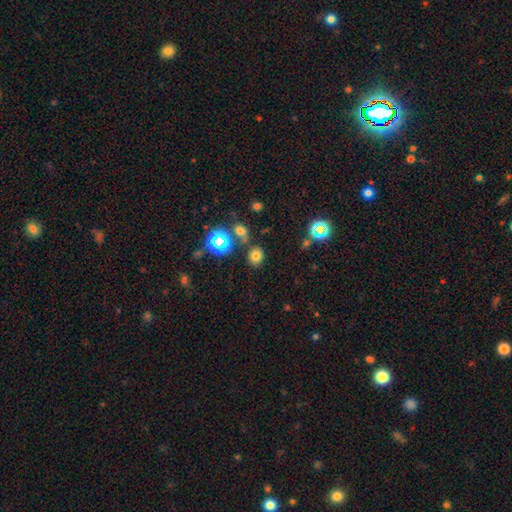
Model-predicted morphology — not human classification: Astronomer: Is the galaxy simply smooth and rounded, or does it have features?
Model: smooth — 73%.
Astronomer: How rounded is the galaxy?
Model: round — 70%.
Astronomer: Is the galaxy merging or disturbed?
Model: none — 78%.